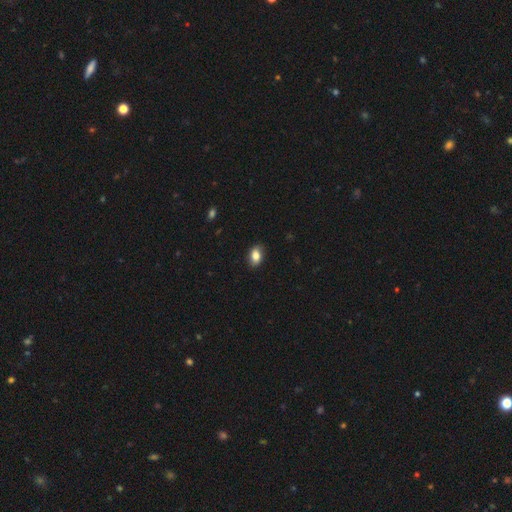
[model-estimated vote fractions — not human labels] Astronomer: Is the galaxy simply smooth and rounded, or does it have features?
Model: smooth — 83%.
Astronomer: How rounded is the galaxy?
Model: in between — 85%.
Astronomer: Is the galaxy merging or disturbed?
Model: none — 84%.